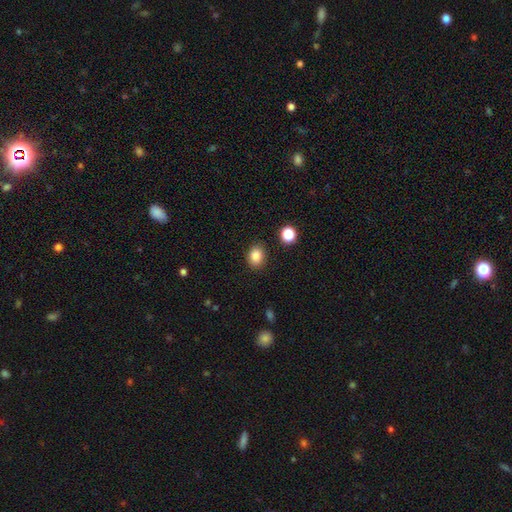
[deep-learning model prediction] The model was most divided on "how rounded": round: 51%, in between: 48%, cigar-shaped: 1%. More confident: merging — none (86%); smooth or featured — smooth (85%).